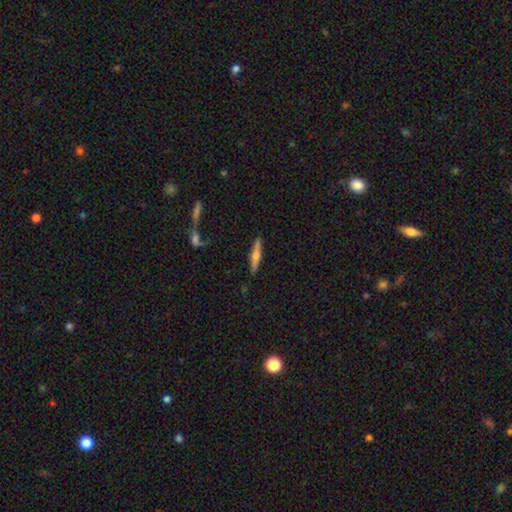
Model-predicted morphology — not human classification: Smooth or featured? Predicted: featured or disk (p=0.57). Edge-on disk? Predicted: yes (p=0.95). Edge-on bulge? Predicted: rounded (p=0.83). Merging? Predicted: none (p=0.87).